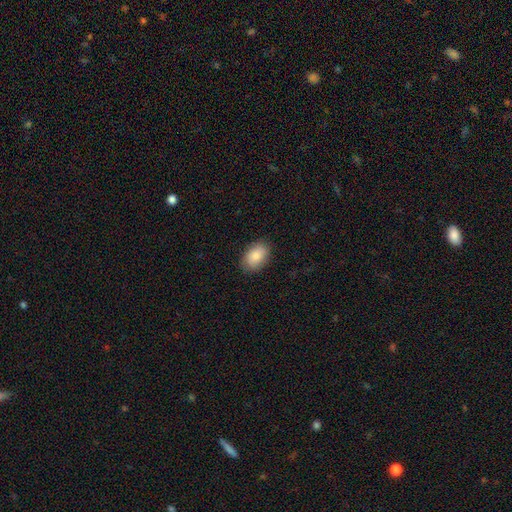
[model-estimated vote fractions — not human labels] Smooth or featured: smooth — 85% (featured or disk — 8%)
How rounded: in between — 87% (round — 11%)
Merging: none — 87% (minor disturbance — 10%)